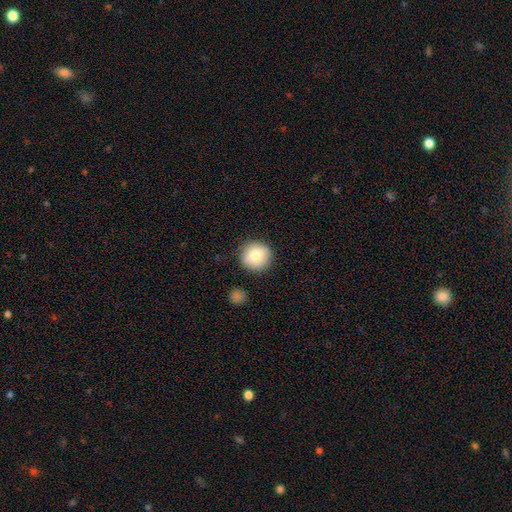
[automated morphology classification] Q: Smooth or featured?
A: smooth (79%); runner-up: featured or disk (13%)
Q: How rounded?
A: round (95%); runner-up: in between (4%)
Q: Merging?
A: none (88%); runner-up: minor disturbance (8%)